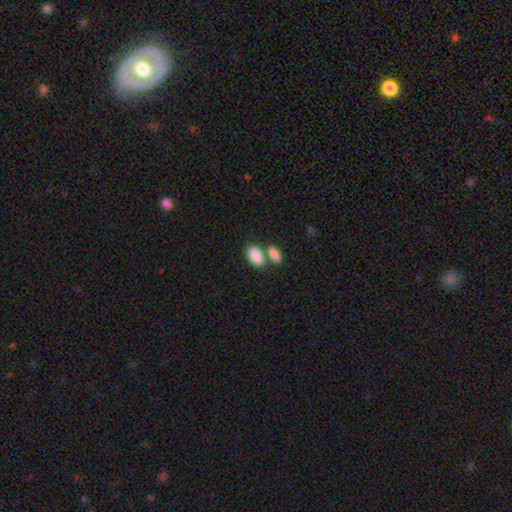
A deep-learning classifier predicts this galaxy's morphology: smooth_or_featured: smooth (p=0.88) [alt: star or artifact p=0.07]
how_rounded: in between (p=0.94) [alt: round p=0.04]
merging: merger (p=0.44) [alt: none p=0.42]